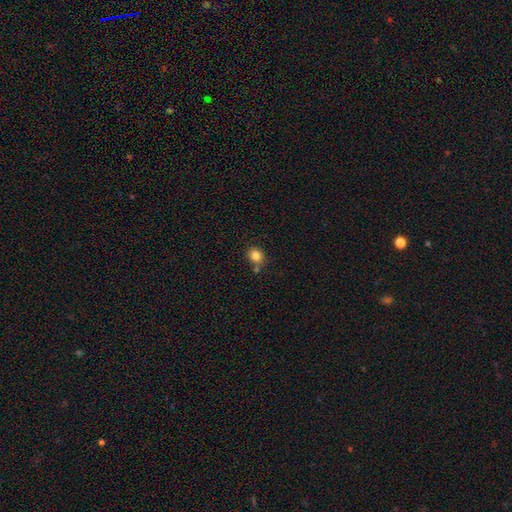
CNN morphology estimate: Smooth or featured? Predicted: smooth (p=0.83). How rounded? Predicted: round (p=0.74). Merging? Predicted: none (p=0.72).